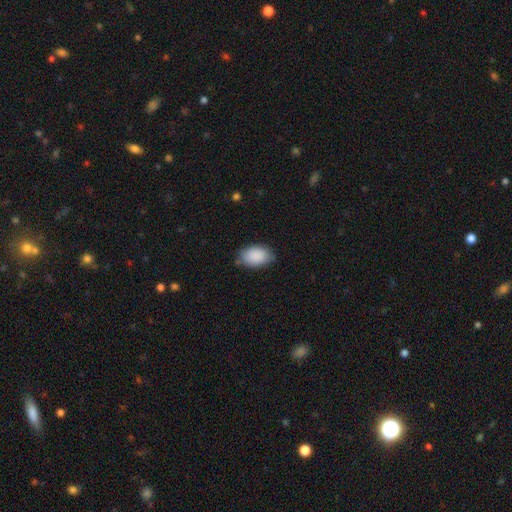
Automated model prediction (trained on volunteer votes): Smooth or featured: smooth — 89% (star or artifact — 6%)
How rounded: in between — 90% (round — 9%)
Merging: none — 73% (minor disturbance — 22%)